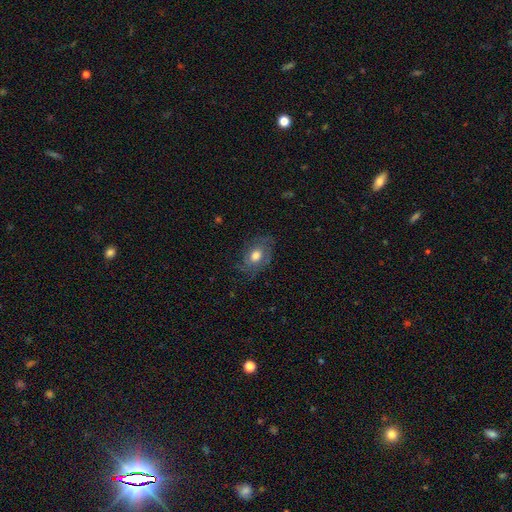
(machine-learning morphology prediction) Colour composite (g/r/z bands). It shows a featured or disk galaxy (48%). Merging: none (67%).